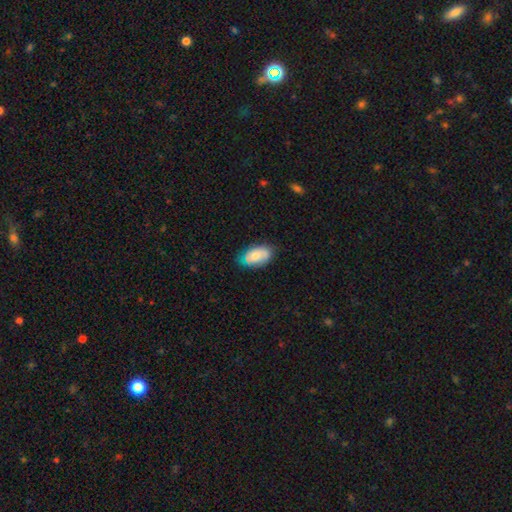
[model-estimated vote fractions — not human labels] Overall: smooth (64%; featured or disk 29%). How rounded: in between (92%). Merging: none (72%).